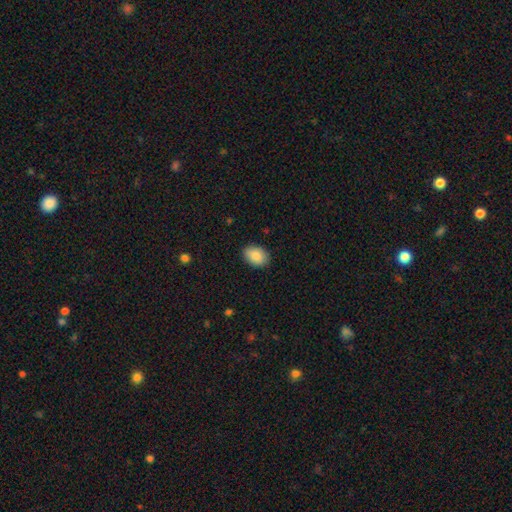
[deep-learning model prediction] Smooth or featured: smooth — 88% (star or artifact — 7%)
How rounded: in between — 81% (round — 18%)
Merging: none — 87% (minor disturbance — 10%)